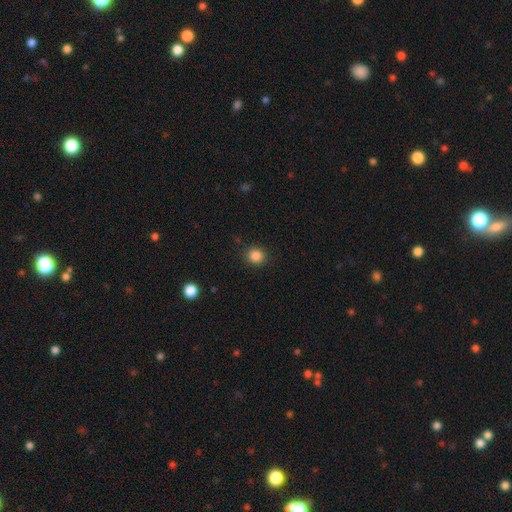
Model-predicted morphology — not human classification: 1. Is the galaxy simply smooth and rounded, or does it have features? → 85% smooth, 11% star or artifact, 4% featured or disk.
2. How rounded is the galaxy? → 87% round, 12% in between, 1% cigar-shaped.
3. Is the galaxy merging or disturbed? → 89% none, 7% minor disturbance, 2% major disturbance, 1% merger.